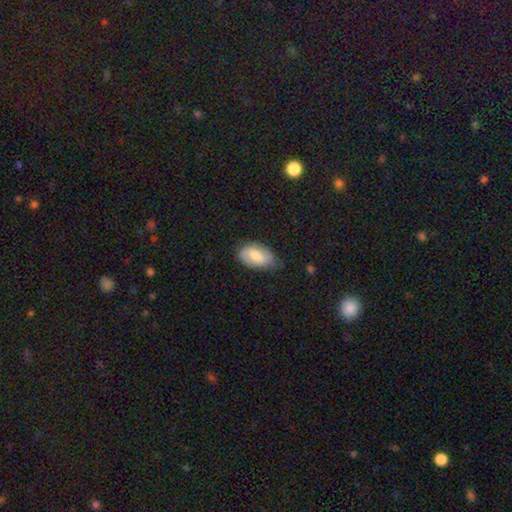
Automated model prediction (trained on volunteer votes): smooth_or_featured: smooth (p=0.56) [alt: featured or disk p=0.37]
how_rounded: in between (p=0.91) [alt: round p=0.07]
merging: none (p=0.67) [alt: minor disturbance p=0.27]